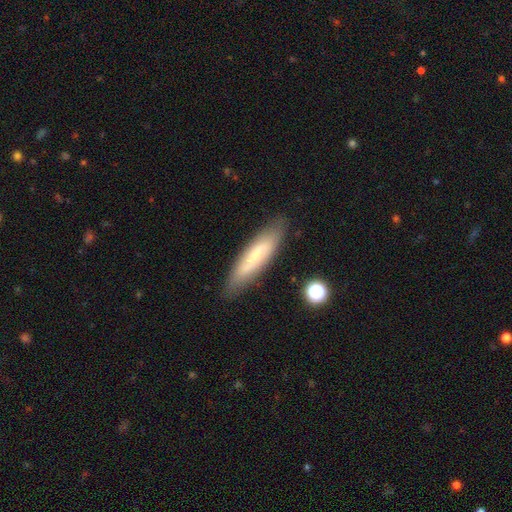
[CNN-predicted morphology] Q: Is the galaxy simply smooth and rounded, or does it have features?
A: smooth — 59%.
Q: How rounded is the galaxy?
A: cigar-shaped — 71%.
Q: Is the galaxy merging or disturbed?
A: none — 83%.